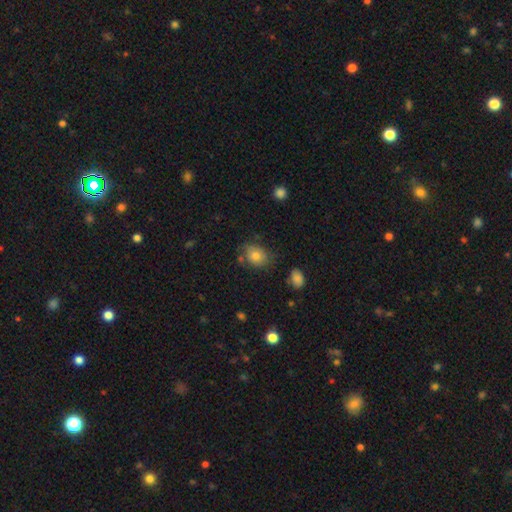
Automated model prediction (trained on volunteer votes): Smooth or featured? smooth (77%)
How rounded? in between (58%)
Merging? none (68%)